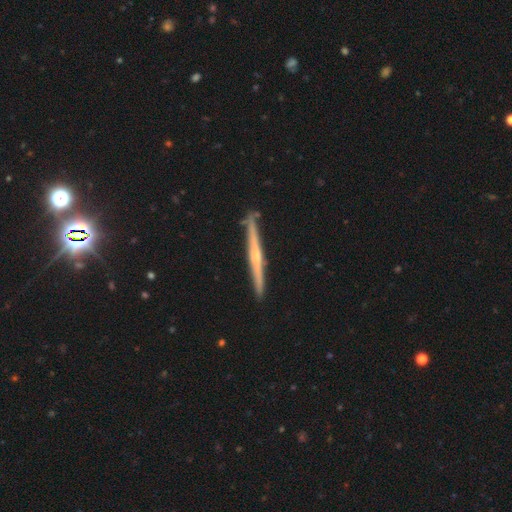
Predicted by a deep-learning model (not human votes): A featured or disk galaxy (74%) viewed edge-on (98%) with a rounded central bulge (58%). Merging: none (89%).